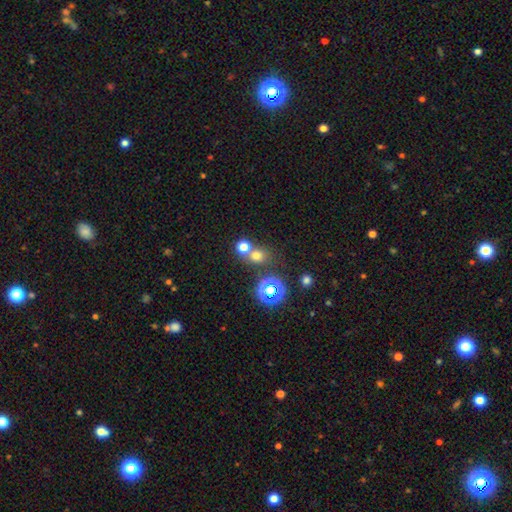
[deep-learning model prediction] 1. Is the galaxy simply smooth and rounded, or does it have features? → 66% smooth, 25% star or artifact, 9% featured or disk.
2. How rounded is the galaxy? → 78% round, 21% in between, 1% cigar-shaped.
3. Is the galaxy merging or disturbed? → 56% none, 33% merger, 7% minor disturbance, 4% major disturbance.